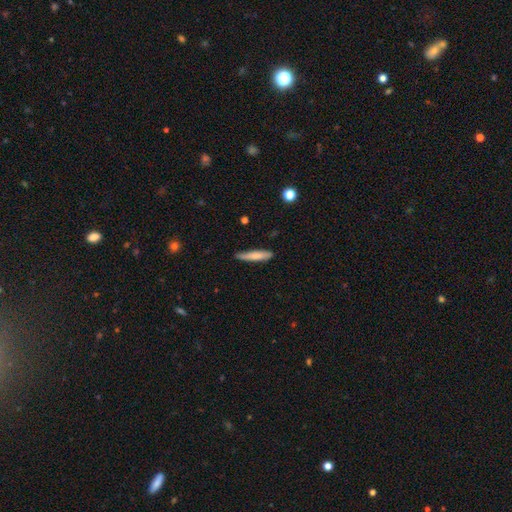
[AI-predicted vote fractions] Smooth or featured? Predicted: smooth (p=0.76). How rounded? Predicted: cigar-shaped (p=0.89). Merging? Predicted: none (p=0.75).